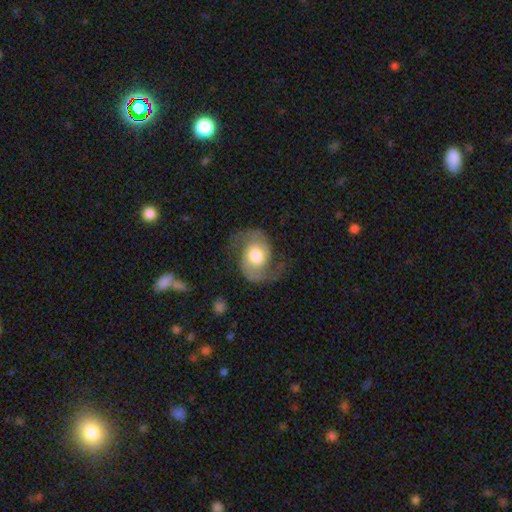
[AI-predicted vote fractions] Smooth or featured? Predicted: featured or disk (p=0.81). Edge-on disk? Predicted: no (p=0.98). Bar? Predicted: no (p=0.63). Spiral arms? Predicted: yes (p=0.94). Spiral winding? Predicted: medium (p=0.48). Spiral arm count? Predicted: 2 (p=0.92). Bulge size? Predicted: moderate (p=0.57). Merging? Predicted: none (p=0.67).